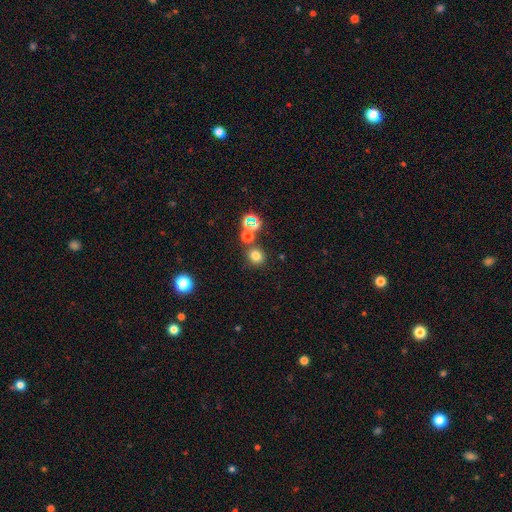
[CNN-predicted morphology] smooth 73%, star or artifact 20%, featured or disk 6%. Down the decision tree: how rounded — round (81%); merging — none (77%).